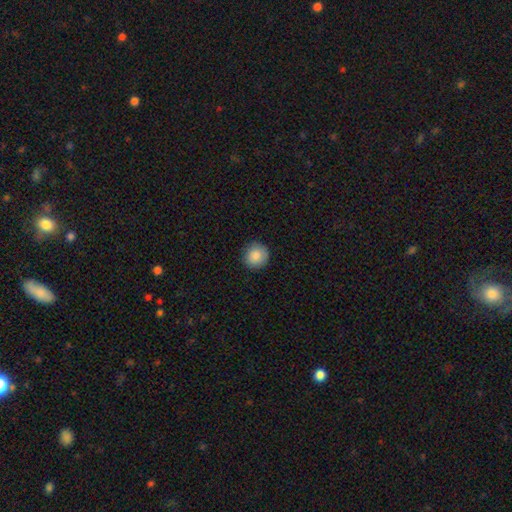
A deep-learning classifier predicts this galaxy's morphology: This appears to be a smooth galaxy with no disk features (88%) that is round (92%). Merging: none (88%).